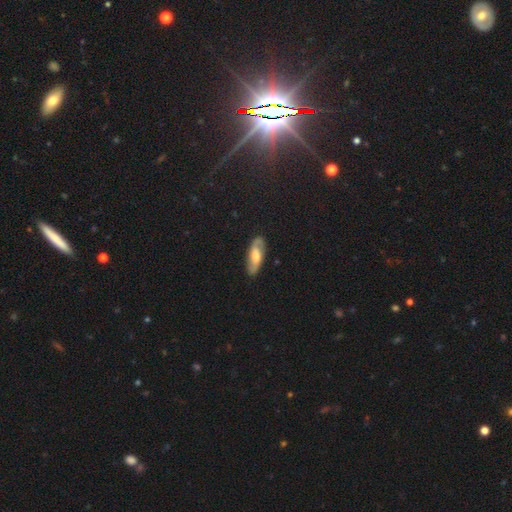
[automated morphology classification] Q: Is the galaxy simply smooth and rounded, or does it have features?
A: featured or disk — 59%.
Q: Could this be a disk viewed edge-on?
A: no — 84%.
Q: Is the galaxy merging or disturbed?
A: none — 83%.